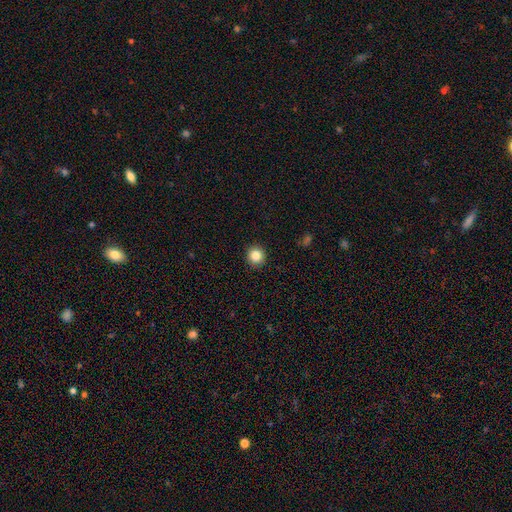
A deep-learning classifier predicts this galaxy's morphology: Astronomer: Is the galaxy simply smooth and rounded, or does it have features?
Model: smooth — 85%.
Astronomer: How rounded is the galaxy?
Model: round — 93%.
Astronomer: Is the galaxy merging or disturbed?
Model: none — 92%.